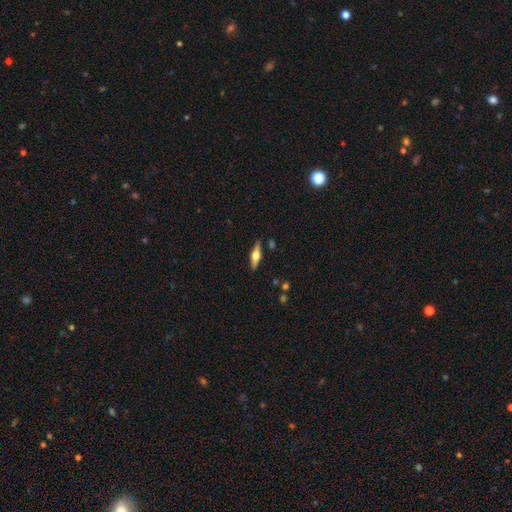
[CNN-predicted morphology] smooth-or-featured: featured or disk: 62% | smooth: 32% | star or artifact: 6%
  disk-edge-on: yes: 95% | no: 5%
    edge-on-bulge: rounded: 93% | boxy: 5% | none: 2%
  merging: none: 87% | minor disturbance: 9% | major disturbance: 2% | merger: 2%